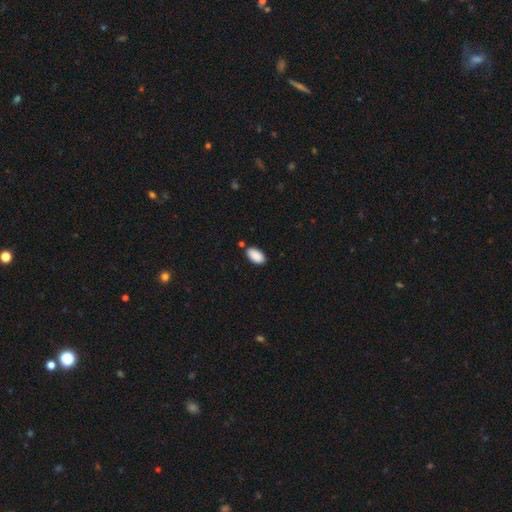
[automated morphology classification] Smooth or featured: smooth — 90% (star or artifact — 7%)
How rounded: in between — 95% (round — 3%)
Merging: none — 80% (minor disturbance — 13%)